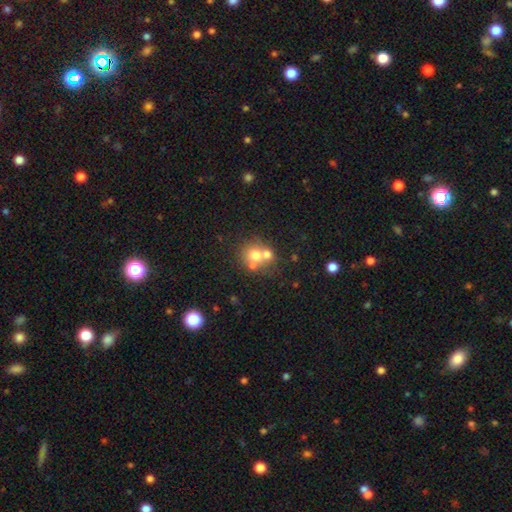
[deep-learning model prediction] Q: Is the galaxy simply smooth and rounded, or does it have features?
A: smooth — 65%.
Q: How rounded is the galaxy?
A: round — 79%.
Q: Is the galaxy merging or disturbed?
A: merger — 50%.